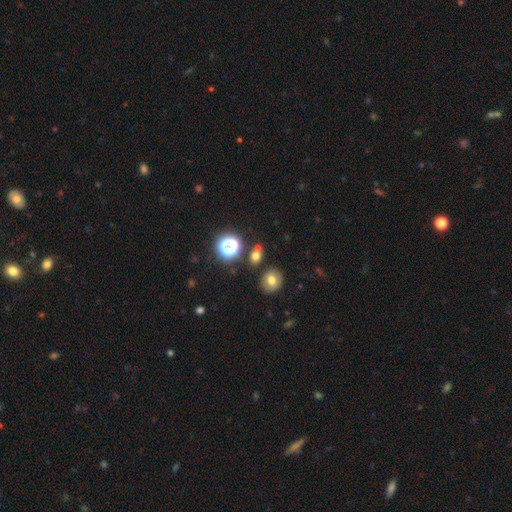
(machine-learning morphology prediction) Smooth or featured? Predicted: smooth (p=0.64). How rounded? Predicted: round (p=0.66). Merging? Predicted: none (p=0.73).